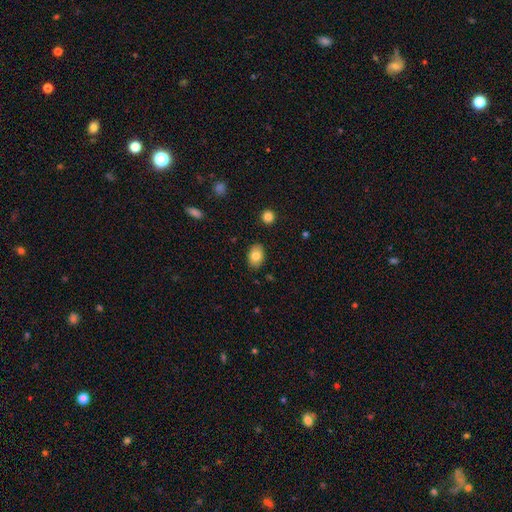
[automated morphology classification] Overall: smooth (81%). How rounded: in between (83%). Merging: none (87%).